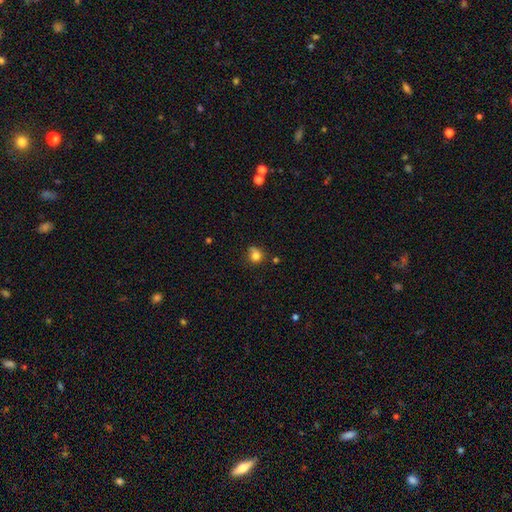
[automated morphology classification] smooth_or_featured: smooth (p=0.80) [alt: star or artifact p=0.12]
how_rounded: round (p=0.81) [alt: in between p=0.18]
merging: none (p=0.56) [alt: minor disturbance p=0.28]